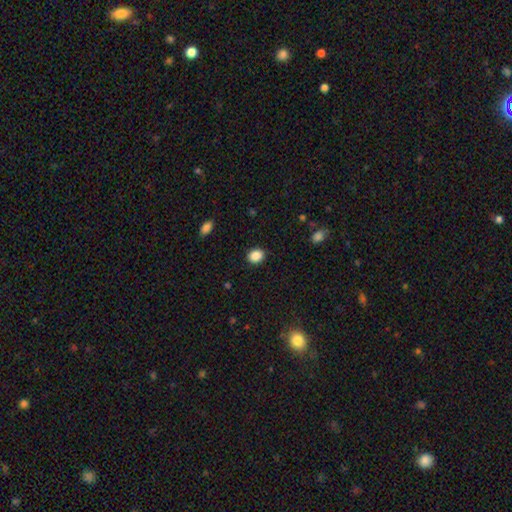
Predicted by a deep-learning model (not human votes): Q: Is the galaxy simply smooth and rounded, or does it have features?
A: smooth — 88%.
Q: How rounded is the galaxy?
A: round — 55%.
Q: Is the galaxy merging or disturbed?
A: none — 89%.